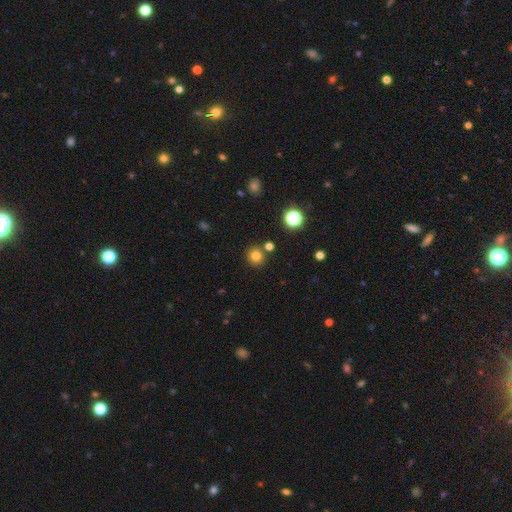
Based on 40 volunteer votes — This is clearly a smooth galaxy (85%). How rounded: clearly round (100%). Merging: clearly none (83%).